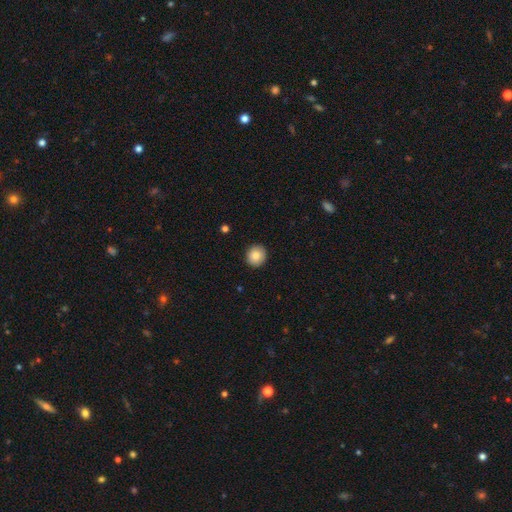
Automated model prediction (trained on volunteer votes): The model was most divided on "smooth or featured": smooth: 86%, star or artifact: 8%, featured or disk: 6%. More confident: merging — none (91%); how rounded — round (89%).